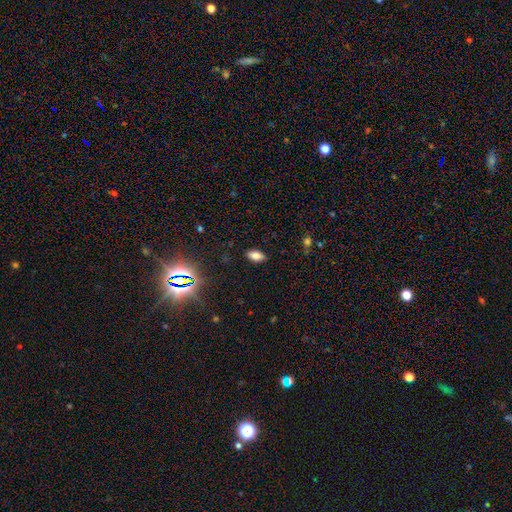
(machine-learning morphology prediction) Smooth or featured?
  - smooth: 78% *
  - star or artifact: 14%
  - featured or disk: 8%
How rounded?
  - in between: 90% *
  - cigar-shaped: 6%
  - round: 4%
Merging?
  - none: 87% *
  - minor disturbance: 9%
  - major disturbance: 2%
  - merger: 1%